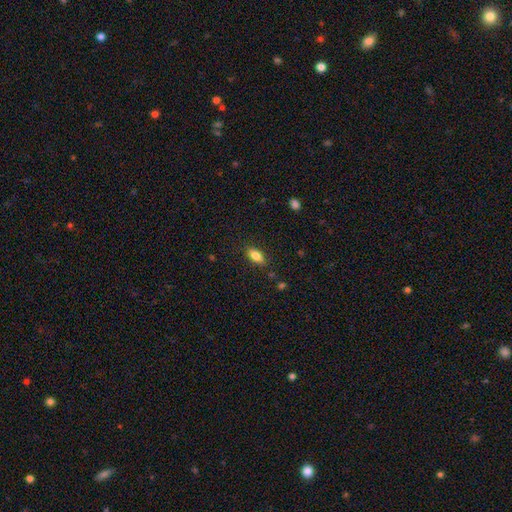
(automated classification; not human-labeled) Morphology: type=smooth (79%); roundness=in between (81%); merging=none (85%).